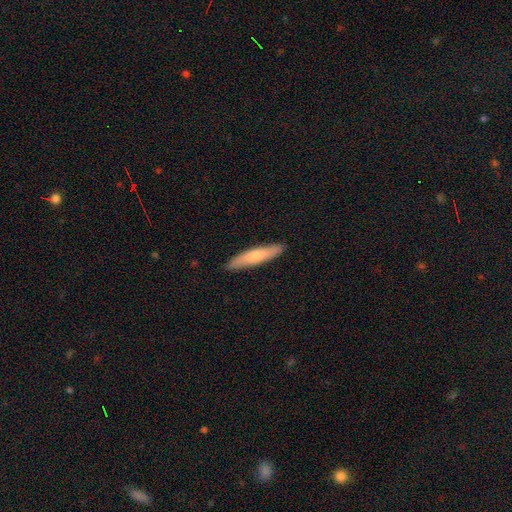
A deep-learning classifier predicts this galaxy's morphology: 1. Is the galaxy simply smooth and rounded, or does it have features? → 69% smooth, 26% featured or disk, 5% star or artifact.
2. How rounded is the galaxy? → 88% cigar-shaped, 11% in between, 1% round.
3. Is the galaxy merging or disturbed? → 90% none, 8% minor disturbance, 1% major disturbance, 1% merger.